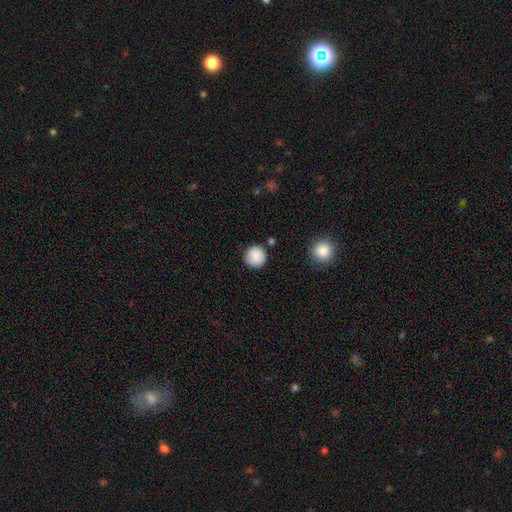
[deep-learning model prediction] Smooth or featured? Predicted: smooth (p=0.88). How rounded? Predicted: round (p=0.95). Merging? Predicted: none (p=0.84).